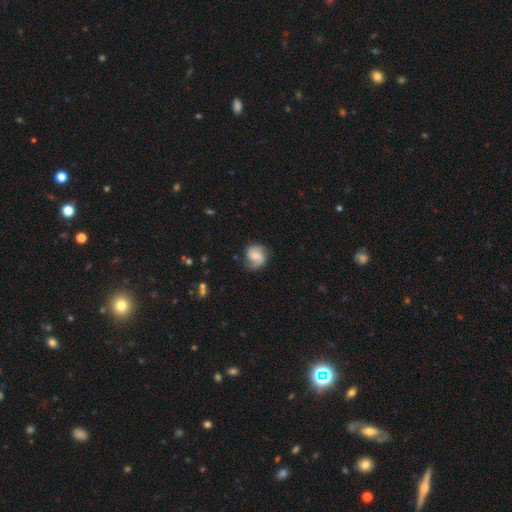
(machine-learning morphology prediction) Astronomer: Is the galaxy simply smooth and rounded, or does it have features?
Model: featured or disk — 77%.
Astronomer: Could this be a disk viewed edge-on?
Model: no — 98%.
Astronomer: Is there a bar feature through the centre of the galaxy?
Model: no — 47% (runner-up: weak, 43%).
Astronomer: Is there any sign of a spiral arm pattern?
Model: yes — 96%.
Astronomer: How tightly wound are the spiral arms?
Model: medium — 49% (runner-up: loose, 30%).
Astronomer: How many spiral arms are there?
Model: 2 — 87%.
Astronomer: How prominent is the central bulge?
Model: small — 45% (runner-up: moderate, 37%).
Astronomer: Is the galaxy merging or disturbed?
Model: none — 77%.